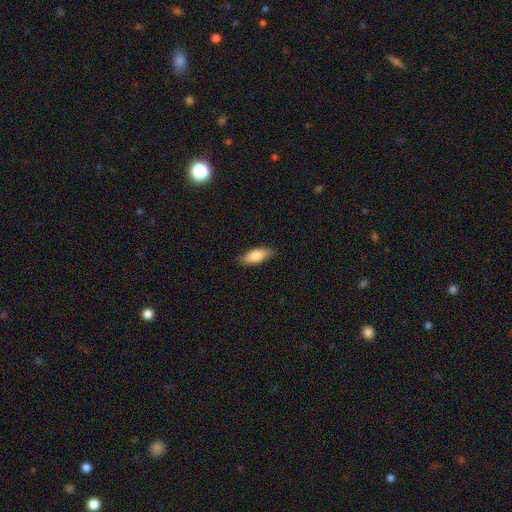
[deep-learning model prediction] smooth 84%, featured or disk 11%, star or artifact 6%. Down the decision tree: how rounded — in between (73%); merging — none (86%).